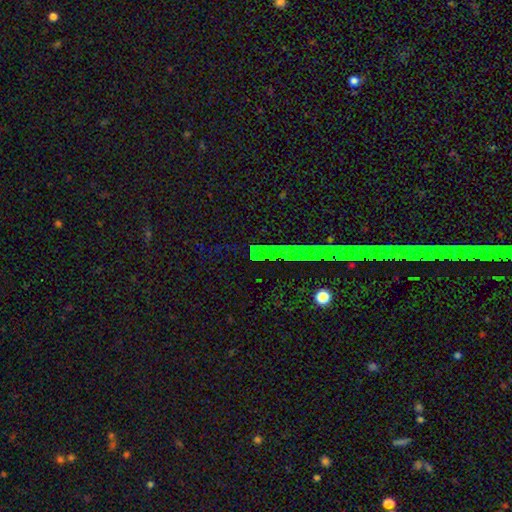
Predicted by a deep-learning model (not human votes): A star or artifact, not a galaxy (72%).

Vote fractions:
- Smooth or featured? star or artifact: 72% / smooth: 15% / featured or disk: 13%